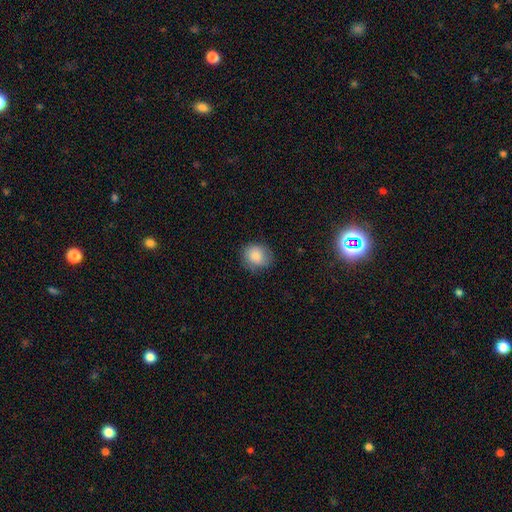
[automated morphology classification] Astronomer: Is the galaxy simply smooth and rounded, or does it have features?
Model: smooth — 84%.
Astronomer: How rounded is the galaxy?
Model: round — 76%.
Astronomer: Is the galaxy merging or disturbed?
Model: none — 78%.